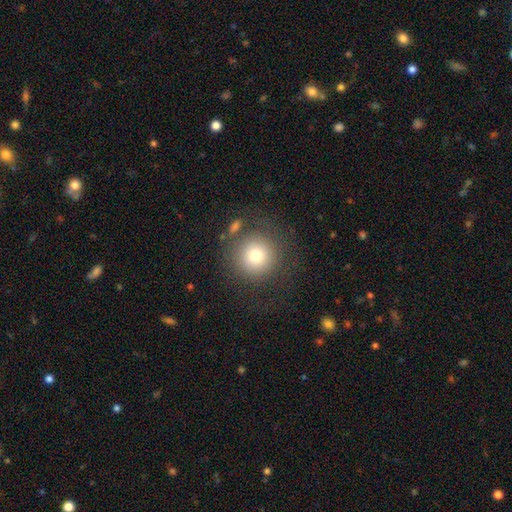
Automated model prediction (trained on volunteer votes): smooth-or-featured: smooth: 76% | featured or disk: 12% | star or artifact: 12%
  how-rounded: round: 95% | in between: 4% | cigar-shaped: 1%
  merging: none: 79% | minor disturbance: 10% | major disturbance: 6% | merger: 5%